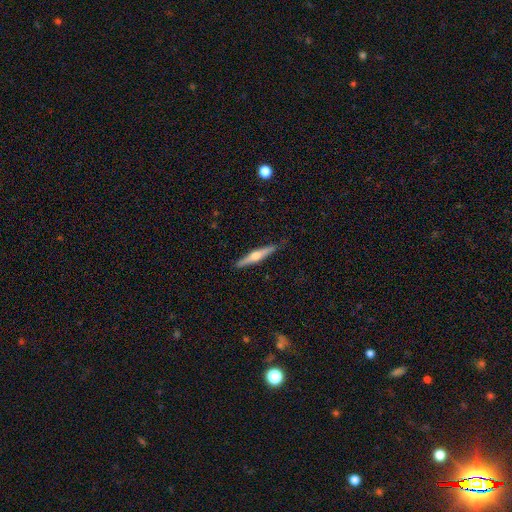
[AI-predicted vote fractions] Morphology: type=featured or disk (63%); edge-on=yes (97%); edge-on bulge=rounded (90%); merging=none (86%).